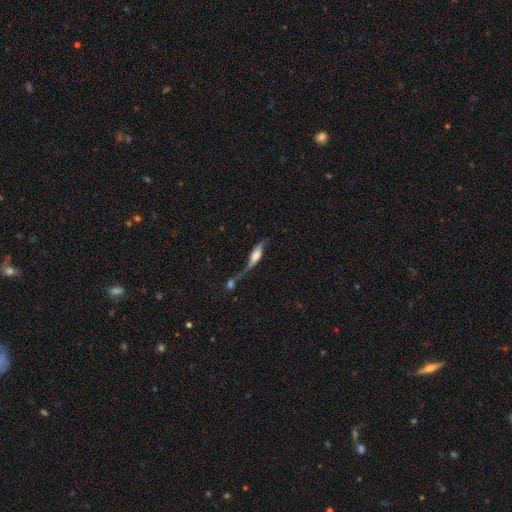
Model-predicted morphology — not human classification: The model was most divided on "smooth or featured": featured or disk: 47%, smooth: 45%, star or artifact: 9%. Remaining: merging — merger (43%).